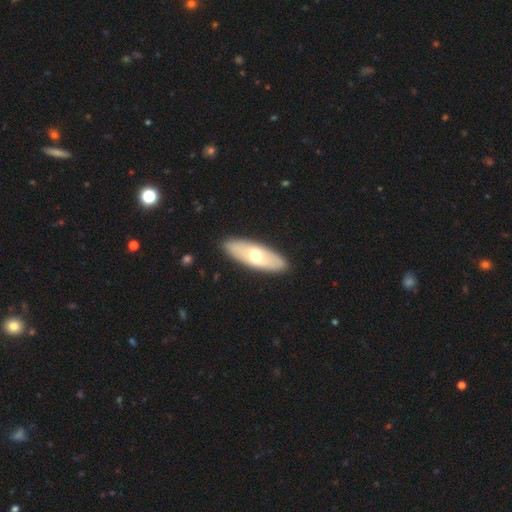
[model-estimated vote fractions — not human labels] smooth-or-featured: smooth: 52% | featured or disk: 43% | star or artifact: 5%
  how-rounded: in between: 66% | cigar-shaped: 32% | round: 3%
  merging: none: 90% | minor disturbance: 7% | major disturbance: 2% | merger: 1%